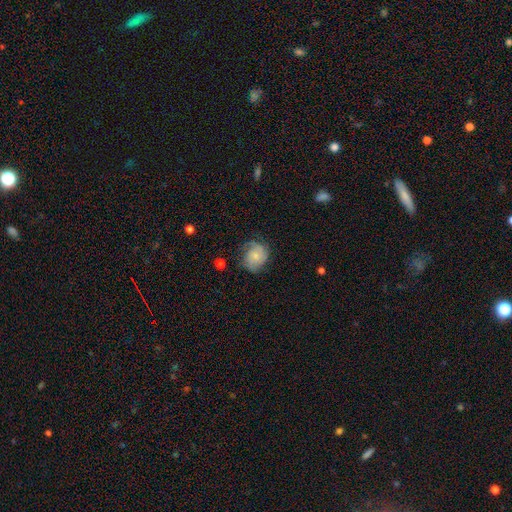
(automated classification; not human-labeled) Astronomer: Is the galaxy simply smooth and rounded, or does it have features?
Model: featured or disk — 51% (runner-up: smooth, 41%).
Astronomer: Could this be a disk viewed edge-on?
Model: no — 97%.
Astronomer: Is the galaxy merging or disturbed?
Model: none — 60%.